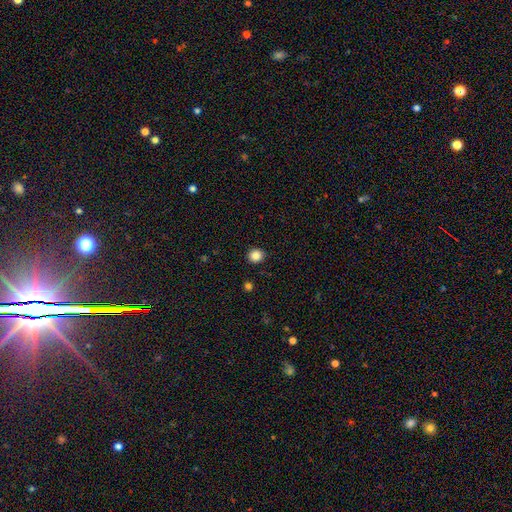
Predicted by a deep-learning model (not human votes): Q: Smooth or featured?
A: smooth (85%); runner-up: star or artifact (11%)
Q: How rounded?
A: round (87%); runner-up: in between (12%)
Q: Merging?
A: none (92%); runner-up: minor disturbance (5%)